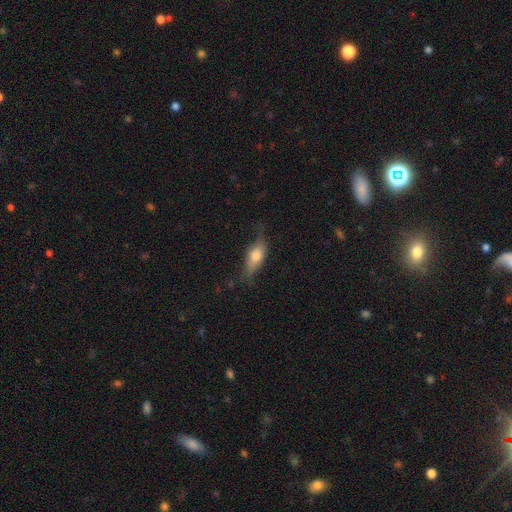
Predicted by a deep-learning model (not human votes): This is likely a smooth galaxy (68%). How rounded: likely in between (75%). Merging: possibly none (56%).